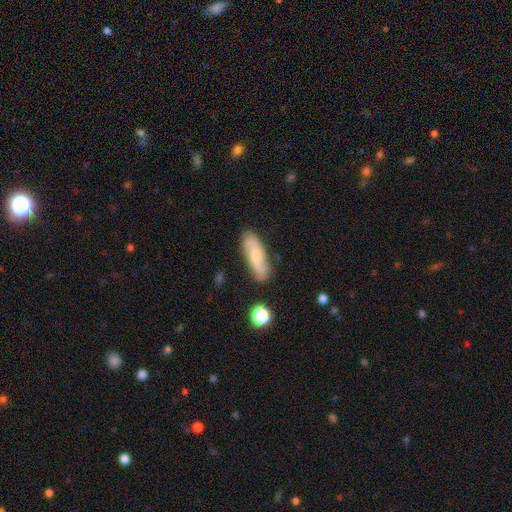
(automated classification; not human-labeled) Smooth or featured: smooth — 60% (featured or disk — 33%)
How rounded: cigar-shaped — 49% (in between — 48%)
Merging: none — 79% (minor disturbance — 15%)